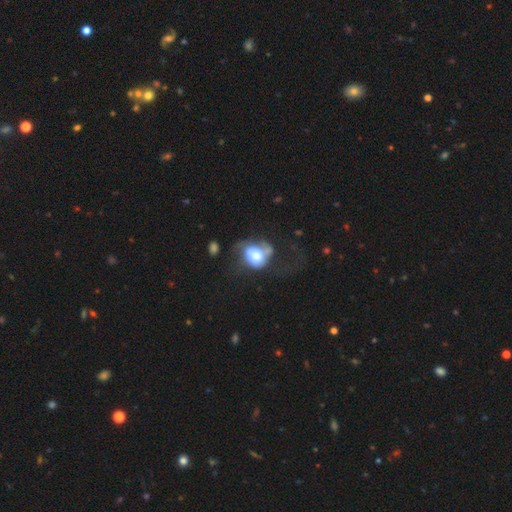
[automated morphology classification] This is possibly a smooth galaxy (52%). How rounded: possibly in between (55%). Merging: possibly major disturbance (50%).